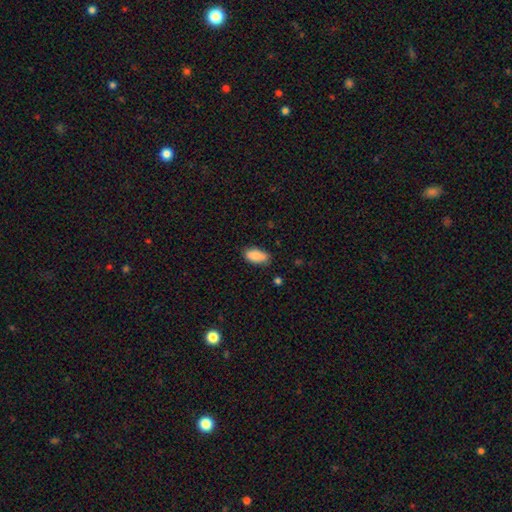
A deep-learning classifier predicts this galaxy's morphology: Smooth or featured: smooth — 88% (star or artifact — 7%)
How rounded: in between — 92% (cigar-shaped — 5%)
Merging: none — 80% (minor disturbance — 15%)